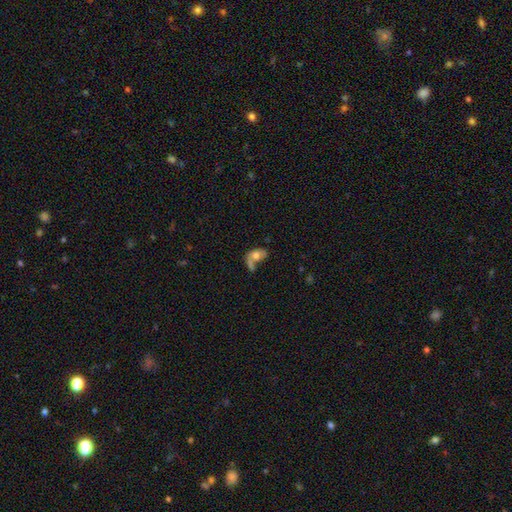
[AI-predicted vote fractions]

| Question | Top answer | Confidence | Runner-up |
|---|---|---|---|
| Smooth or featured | smooth | 58% | featured or disk (33%) |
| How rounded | in between | 82% | round (15%) |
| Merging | merger | 36% | none (24%) |